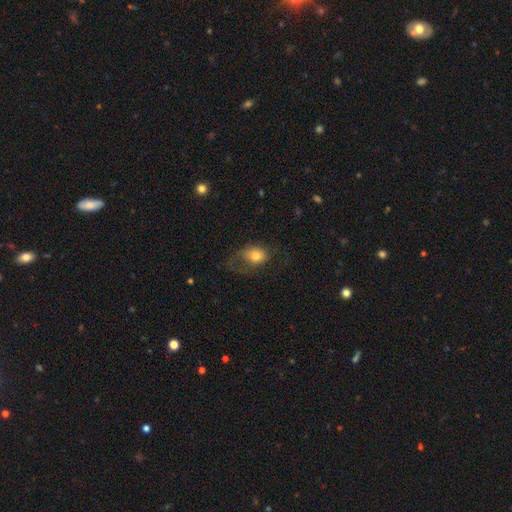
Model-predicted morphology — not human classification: A smooth galaxy with no disk features (71%) that is in between round and cigar-shaped (63%). Merging: major disturbance (39%).